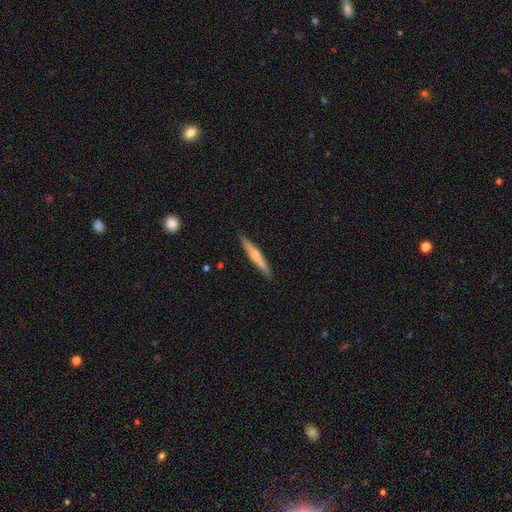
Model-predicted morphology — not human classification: type=smooth (48%); merging=none (85%).